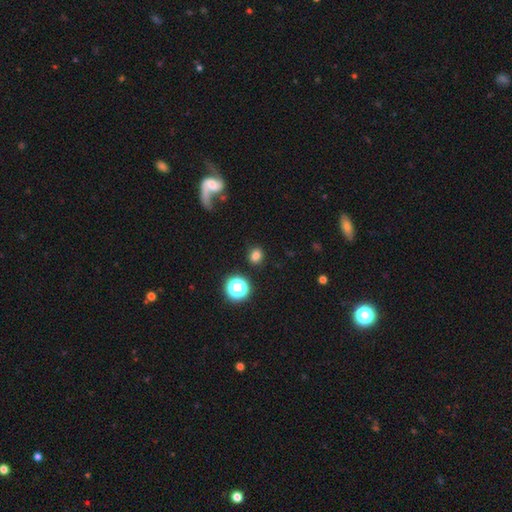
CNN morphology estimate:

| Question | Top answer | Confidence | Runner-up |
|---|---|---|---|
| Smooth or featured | smooth | 78% | star or artifact (16%) |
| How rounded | round | 76% | in between (23%) |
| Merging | none | 87% | minor disturbance (7%) |